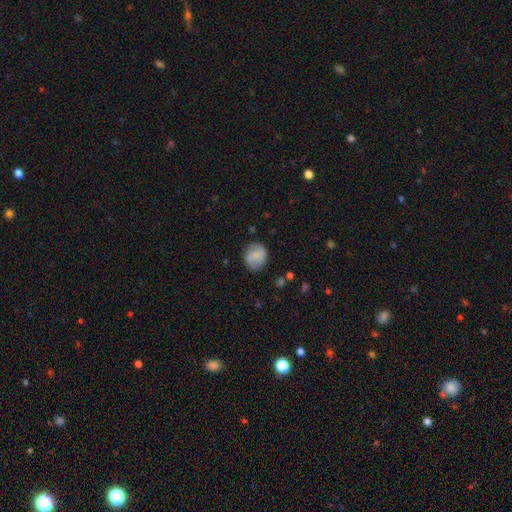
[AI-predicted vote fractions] Smooth or featured?
  - smooth: 56% *
  - featured or disk: 35%
  - star or artifact: 8%
How rounded?
  - round: 73% *
  - in between: 25%
  - cigar-shaped: 1%
Merging?
  - none: 77% *
  - minor disturbance: 16%
  - major disturbance: 5%
  - merger: 2%